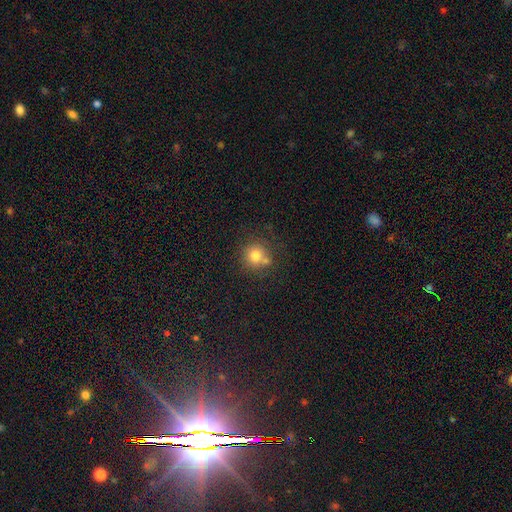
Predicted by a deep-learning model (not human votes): A smooth galaxy with no disk features (76%) that is round (91%).

Vote fractions:
- Smooth or featured? smooth: 76% / star or artifact: 13% / featured or disk: 11%
- How rounded? round: 91% / in between: 9% / cigar-shaped: 1%
- Merging? none: 62% / merger: 23% / minor disturbance: 11% / major disturbance: 4%